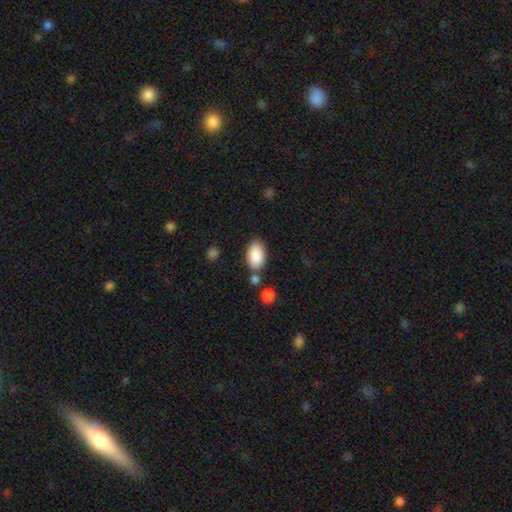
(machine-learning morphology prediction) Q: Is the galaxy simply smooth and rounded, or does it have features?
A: smooth — 89%.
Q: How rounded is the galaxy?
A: in between — 94%.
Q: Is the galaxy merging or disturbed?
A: none — 72%.